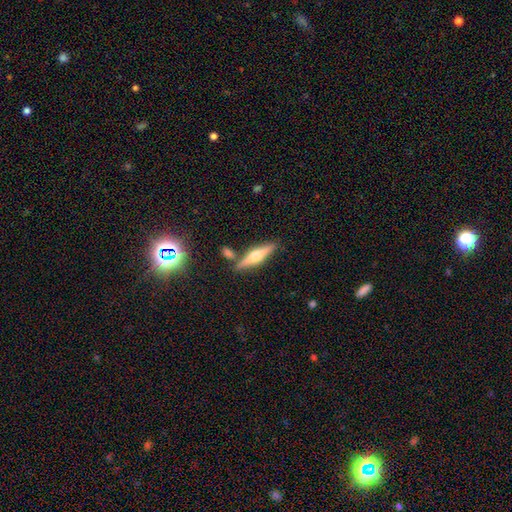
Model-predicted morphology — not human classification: A featured or disk galaxy (64%) viewed edge-on (96%) with a rounded central bulge (95%). Merging: none (80%).